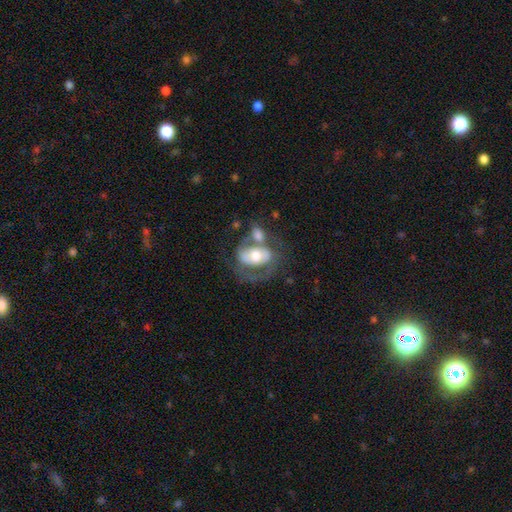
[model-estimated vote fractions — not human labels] This appears to be a featured or disk galaxy (61%) with no bar (49%), spiral arms (55%) and a moderate central bulge (67%). Merging: merger (35%).